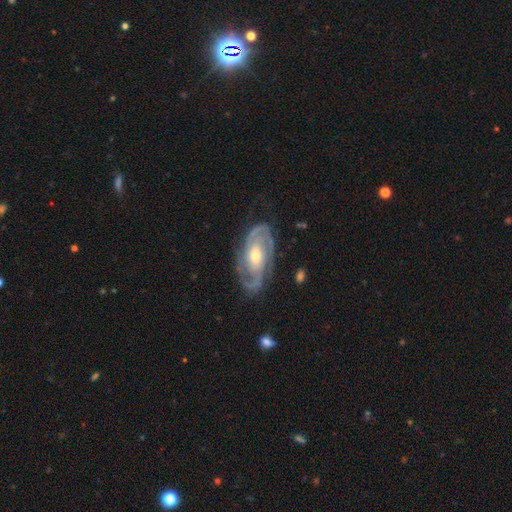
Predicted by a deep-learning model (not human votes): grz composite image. It shows a featured or disk galaxy (90%) with no bar (54%), 2 (79%) tight (53%) spiral arms (97%) and a moderate central bulge (62%). Merging: none (80%).